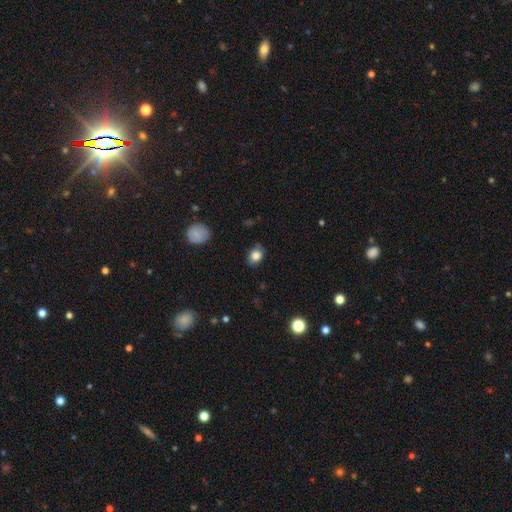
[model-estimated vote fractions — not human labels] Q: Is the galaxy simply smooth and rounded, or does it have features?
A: smooth — 83%.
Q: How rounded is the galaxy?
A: in between — 58%.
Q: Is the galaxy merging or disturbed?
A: none — 77%.